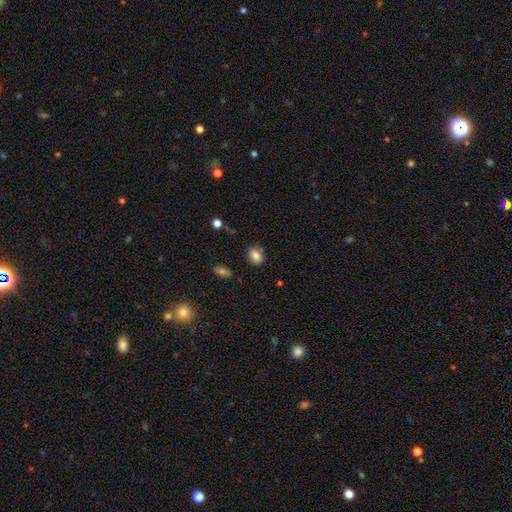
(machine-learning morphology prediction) Q: Smooth or featured?
A: smooth (83%); runner-up: star or artifact (10%)
Q: How rounded?
A: in between (60%); runner-up: round (39%)
Q: Merging?
A: none (80%); runner-up: minor disturbance (14%)